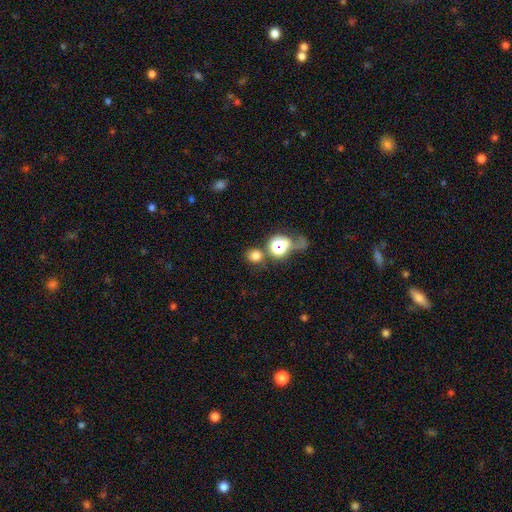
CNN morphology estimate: smooth 71%, star or artifact 21%, featured or disk 8%. Down the decision tree: how rounded — round (82%); merging — none (68%).